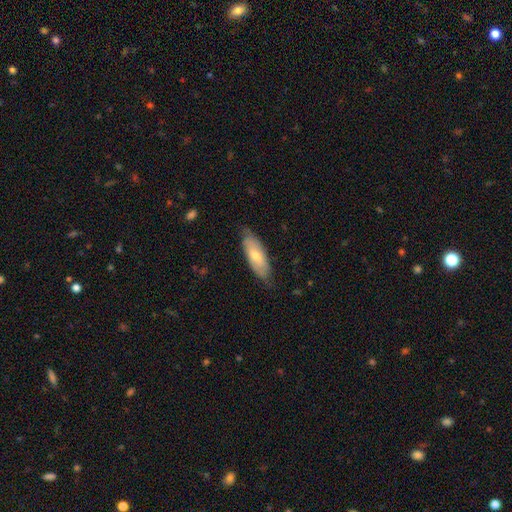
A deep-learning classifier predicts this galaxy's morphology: Smooth or featured?
  - smooth: 56% *
  - featured or disk: 38%
  - star or artifact: 6%
How rounded?
  - in between: 64% *
  - cigar-shaped: 34%
  - round: 2%
Merging?
  - none: 75% *
  - minor disturbance: 20%
  - major disturbance: 4%
  - merger: 1%